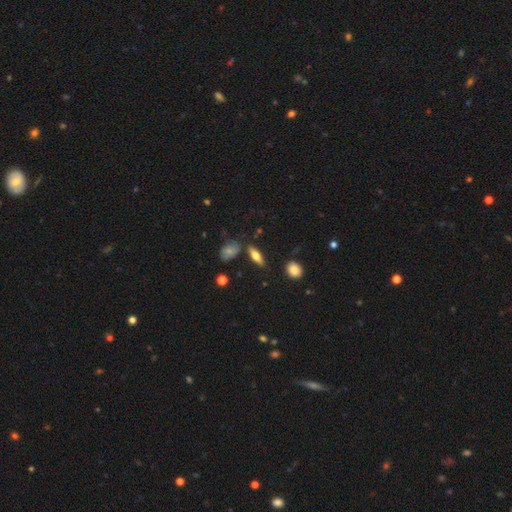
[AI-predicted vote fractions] smooth-or-featured: smooth: 54% | featured or disk: 37% | star or artifact: 8%
  how-rounded: in between: 54% | cigar-shaped: 41% | round: 5%
  merging: none: 80% | minor disturbance: 12% | merger: 5% | major disturbance: 3%